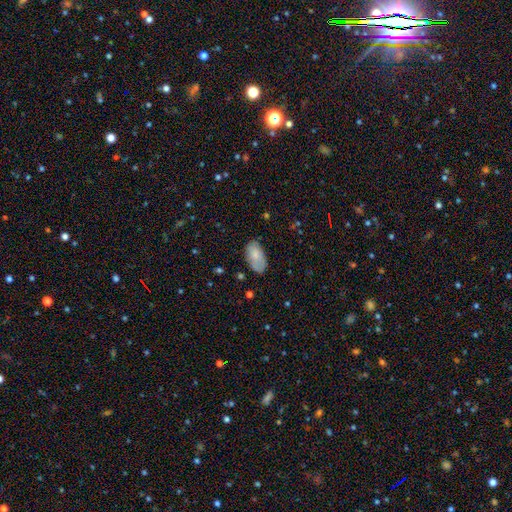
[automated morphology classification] A smooth galaxy with no disk features (79%) that is in between round and cigar-shaped (95%). Merging: none (73%).